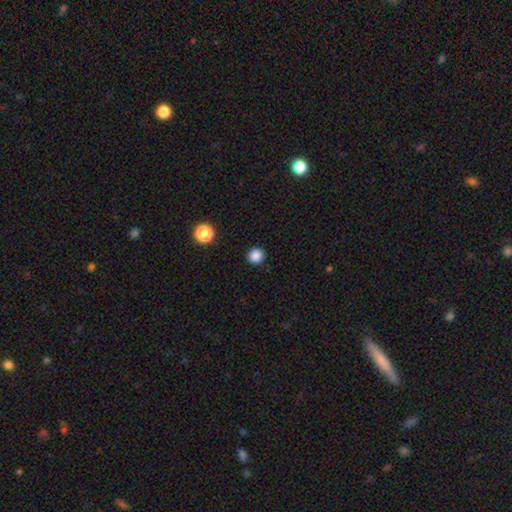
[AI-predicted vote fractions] smooth_or_featured: smooth (p=0.86) [alt: star or artifact p=0.11]
how_rounded: round (p=0.96) [alt: in between p=0.03]
merging: none (p=0.93) [alt: minor disturbance p=0.04]